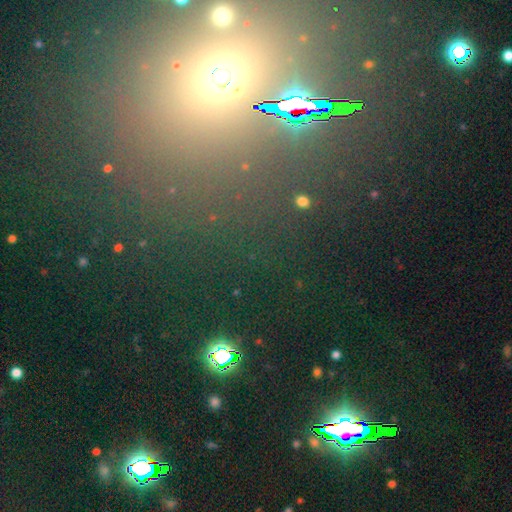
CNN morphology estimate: star or artifact 64%, smooth 27%, featured or disk 10%.